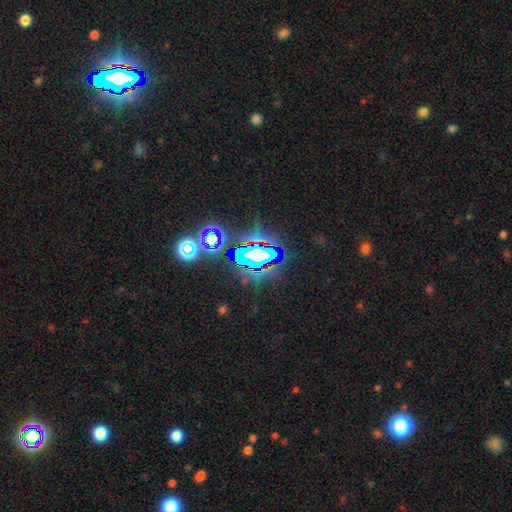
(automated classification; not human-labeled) Smooth or featured? star or artifact (73%)